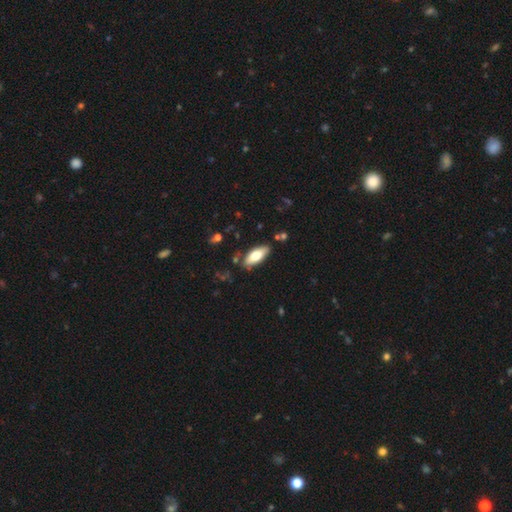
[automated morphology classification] type=smooth (72%); roundness=in between (79%); merging=none (83%).